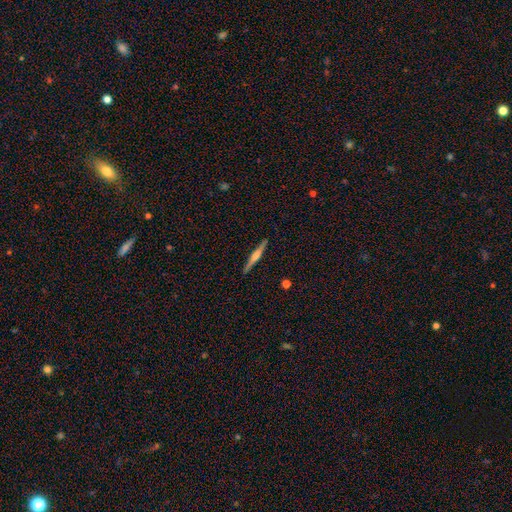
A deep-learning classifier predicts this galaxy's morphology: featured or disk 66%, smooth 28%, star or artifact 6%. Down the decision tree: edge-on disk — yes (98%); edge-on bulge — rounded (70%); merging — none (91%).